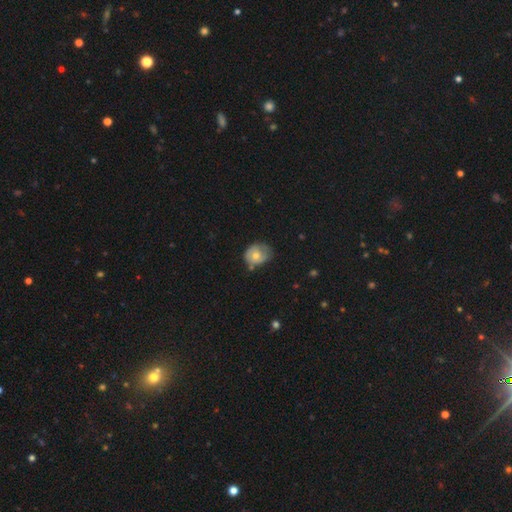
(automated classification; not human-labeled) Smooth or featured? smooth (59%)
How rounded? round (61%)
Merging? none (47%)